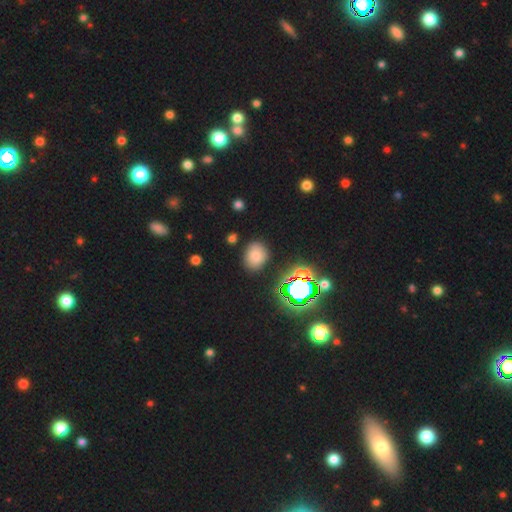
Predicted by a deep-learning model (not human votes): This appears to be a smooth galaxy with no disk features (72%) that is round (49%, tied with in between). Merging: none (82%).